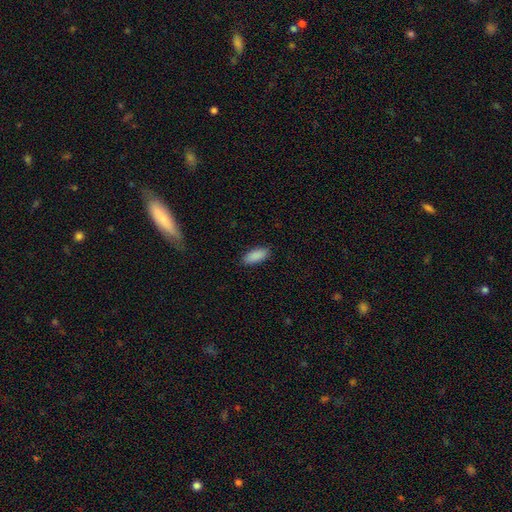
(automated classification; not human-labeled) The model was most divided on "how rounded": in between: 84%, cigar-shaped: 14%, round: 2%. More confident: smooth or featured — smooth (90%); merging — none (88%).